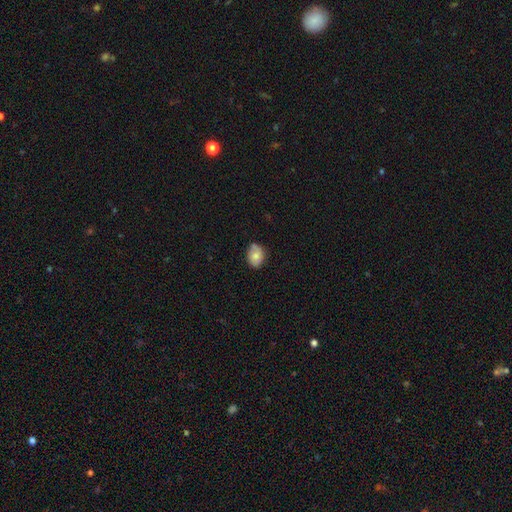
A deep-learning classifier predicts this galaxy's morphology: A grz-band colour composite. It shows a smooth galaxy with no disk features (72%) that is in between round and cigar-shaped (69%). Merging: none (67%).